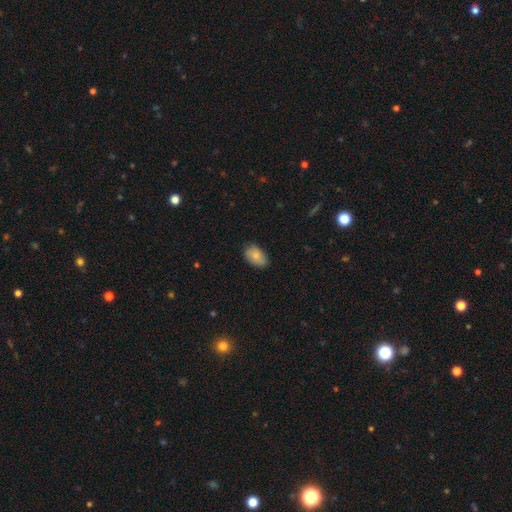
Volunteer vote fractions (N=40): This is clearly a smooth galaxy (88%). How rounded: clearly in between (97%). Merging: likely none (77%).